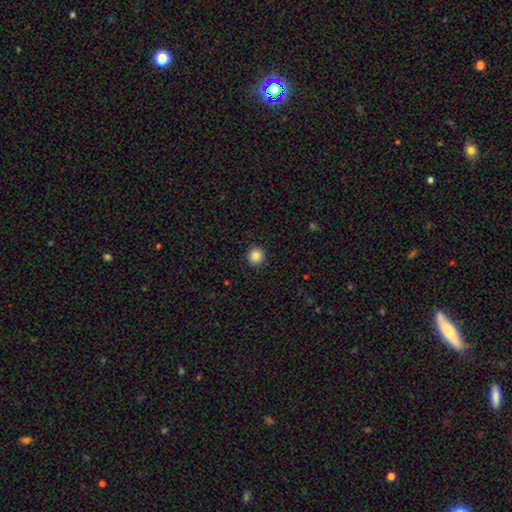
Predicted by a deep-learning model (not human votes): smooth_or_featured: smooth (p=0.86) [alt: star or artifact p=0.10]
how_rounded: round (p=0.93) [alt: in between p=0.06]
merging: none (p=0.92) [alt: minor disturbance p=0.05]